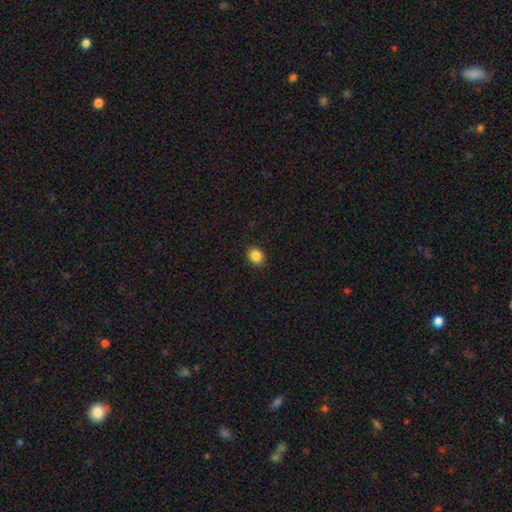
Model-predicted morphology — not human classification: The model was most divided on "how rounded": round: 55%, in between: 44%, cigar-shaped: 1%. More confident: merging — none (91%); smooth or featured — smooth (87%).